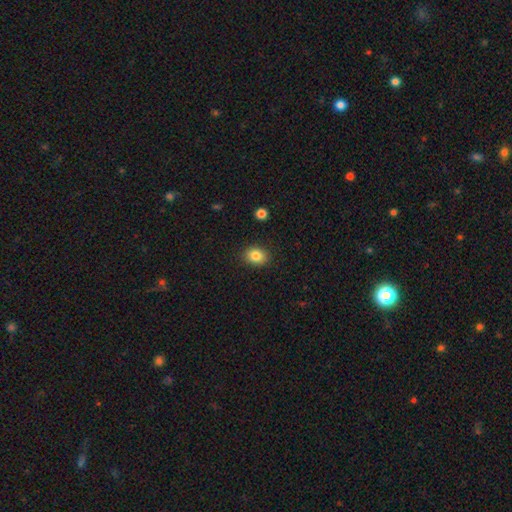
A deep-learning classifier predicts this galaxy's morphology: This appears to be a smooth galaxy with no disk features (84%) that is in between round and cigar-shaped (51%). Merging: none (89%).